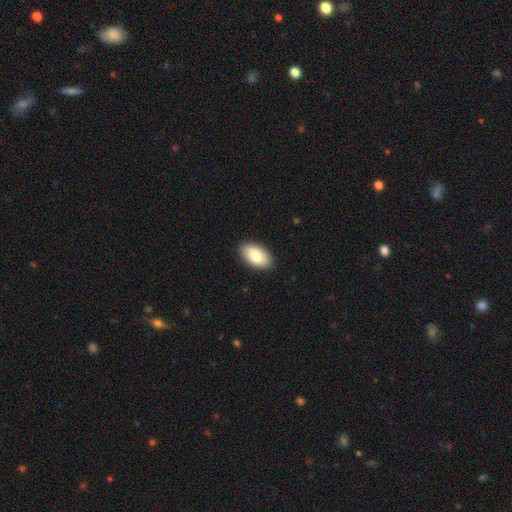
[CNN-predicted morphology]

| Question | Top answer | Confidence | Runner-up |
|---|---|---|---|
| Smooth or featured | smooth | 84% | featured or disk (10%) |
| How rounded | in between | 95% | round (3%) |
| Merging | none | 89% | minor disturbance (8%) |